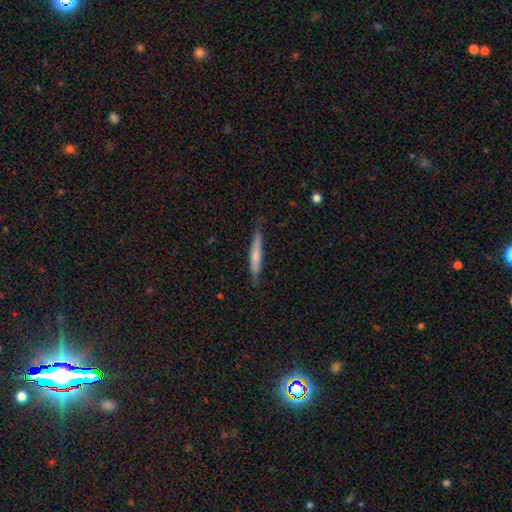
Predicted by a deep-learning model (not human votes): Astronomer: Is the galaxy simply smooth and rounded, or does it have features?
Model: smooth — 60%.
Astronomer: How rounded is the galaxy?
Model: cigar-shaped — 93%.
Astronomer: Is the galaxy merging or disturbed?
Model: none — 79%.